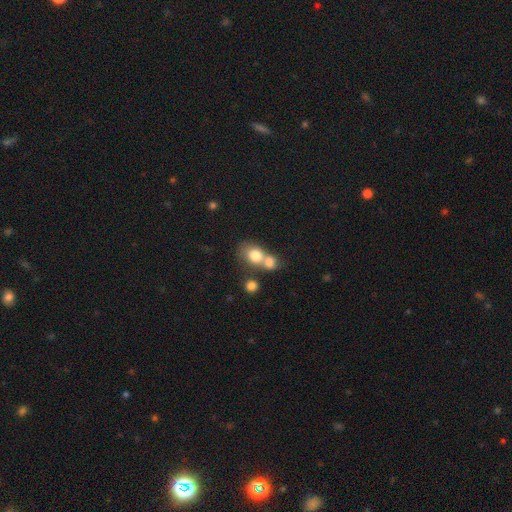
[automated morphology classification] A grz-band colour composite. It shows a smooth galaxy with no disk features (77%) that is round (55%). Merging: merger (60%).